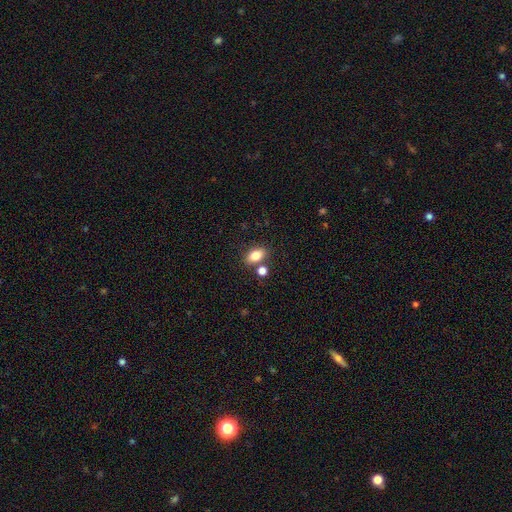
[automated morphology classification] The model was most divided on "merging": none: 71%, merger: 16%, minor disturbance: 11%, major disturbance: 3%. More confident: how rounded — in between (84%); smooth or featured — smooth (82%).